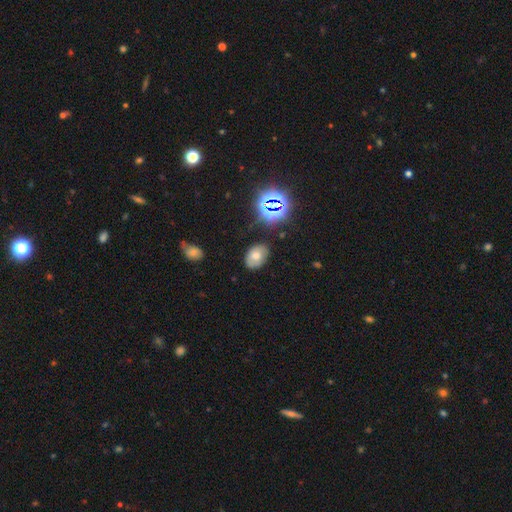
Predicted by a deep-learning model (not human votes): A smooth galaxy with no disk features (53%) that is in between round and cigar-shaped (81%). Merging: none (77%).